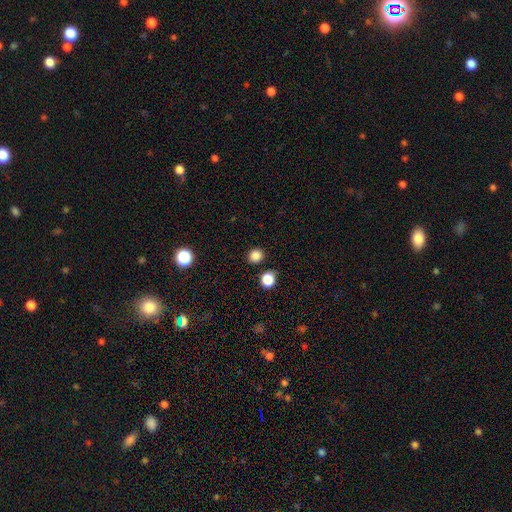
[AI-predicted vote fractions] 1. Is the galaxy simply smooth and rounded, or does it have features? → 84% smooth, 13% star or artifact, 3% featured or disk.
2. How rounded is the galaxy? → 87% round, 12% in between, 1% cigar-shaped.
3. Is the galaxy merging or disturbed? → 89% none, 6% minor disturbance, 3% merger, 2% major disturbance.